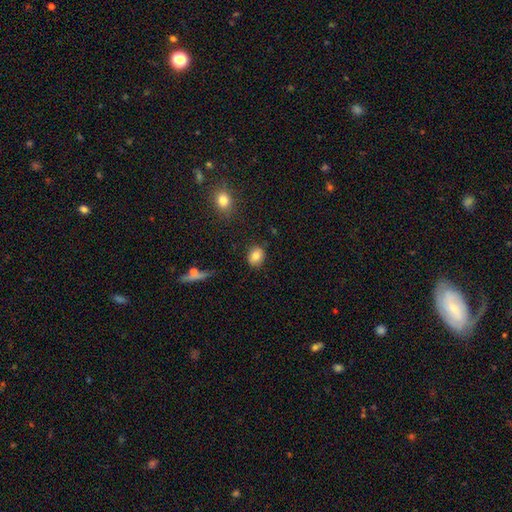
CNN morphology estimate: Smooth or featured: smooth — 83% (star or artifact — 9%)
How rounded: round — 54% (in between — 44%)
Merging: none — 85% (minor disturbance — 10%)